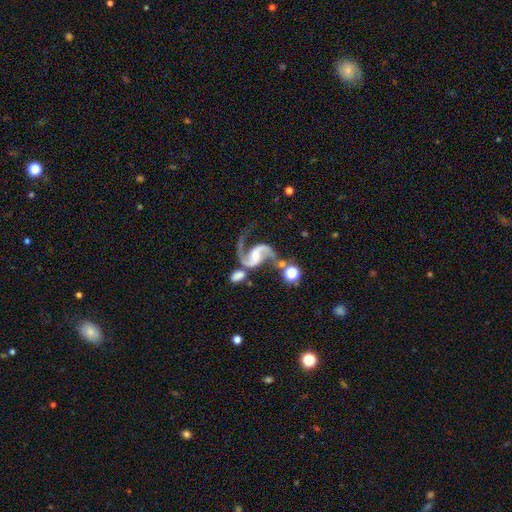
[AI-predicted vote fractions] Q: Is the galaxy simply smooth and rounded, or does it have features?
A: featured or disk — 92%.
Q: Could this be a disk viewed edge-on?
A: no — 98%.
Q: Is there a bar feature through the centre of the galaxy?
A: weak — 40%.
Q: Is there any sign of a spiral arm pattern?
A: yes — 98%.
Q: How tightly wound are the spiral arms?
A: loose — 55%.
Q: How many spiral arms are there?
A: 2 — 93%.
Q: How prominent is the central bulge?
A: small — 41%.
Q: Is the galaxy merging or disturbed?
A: none — 46%.